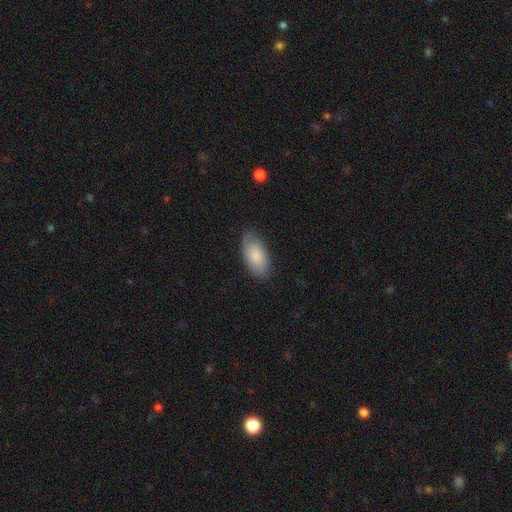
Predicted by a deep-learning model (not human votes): Smooth or featured?
  - smooth: 80% *
  - featured or disk: 15%
  - star or artifact: 6%
How rounded?
  - in between: 94% *
  - cigar-shaped: 4%
  - round: 3%
Merging?
  - none: 76% *
  - minor disturbance: 19%
  - major disturbance: 4%
  - merger: 1%